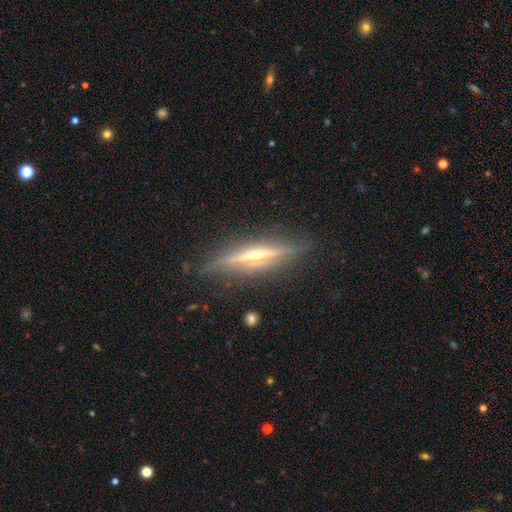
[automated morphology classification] type=featured or disk (79%); edge-on=yes (96%); edge-on bulge=rounded (82%); merging=none (85%).